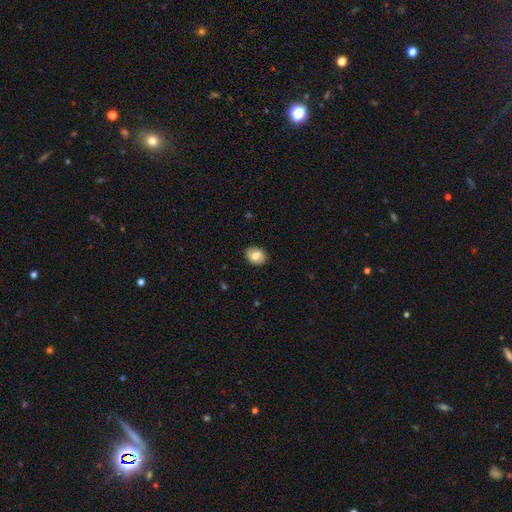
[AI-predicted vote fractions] Overall: smooth (74%). How rounded: in between (54%; round 45%). Merging: none (84%).